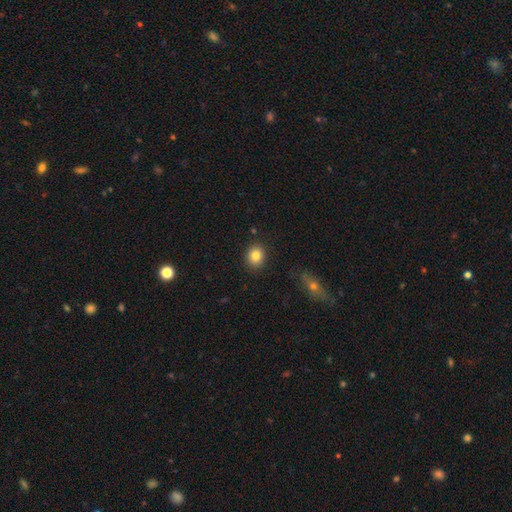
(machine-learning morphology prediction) Smooth or featured? Predicted: smooth (p=0.82). How rounded? Predicted: round (p=0.66). Merging? Predicted: none (p=0.88).